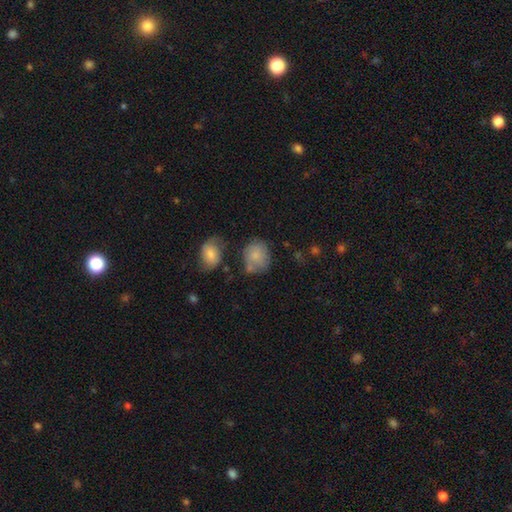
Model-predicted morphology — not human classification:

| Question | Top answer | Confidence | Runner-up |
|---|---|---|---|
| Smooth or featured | smooth | 79% | featured or disk (13%) |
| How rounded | round | 70% | in between (29%) |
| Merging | none | 52% | minor disturbance (25%) |